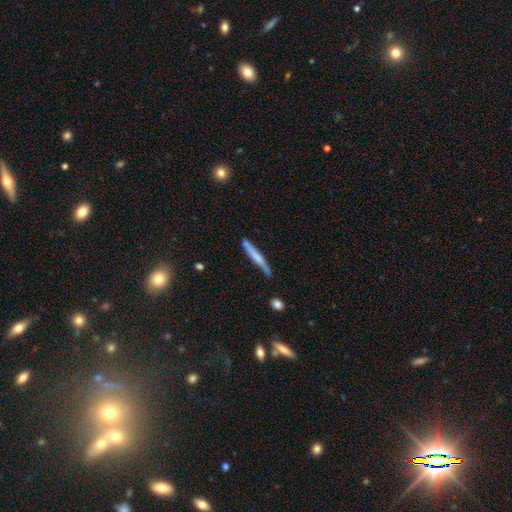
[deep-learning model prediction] Smooth or featured: smooth — 55% (featured or disk — 39%)
How rounded: cigar-shaped — 95% (in between — 4%)
Merging: none — 72% (minor disturbance — 20%)